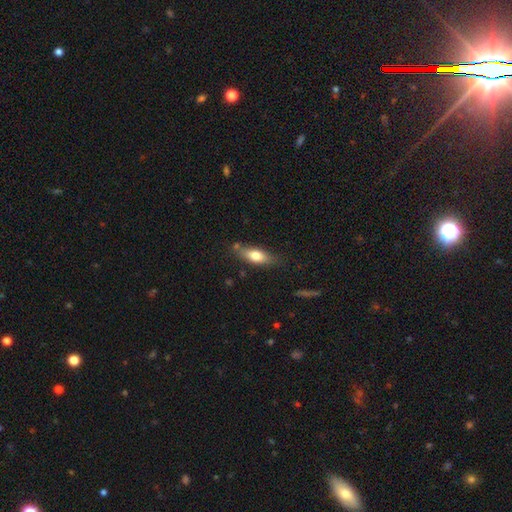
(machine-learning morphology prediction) The model was most divided on "how rounded": in between: 63%, cigar-shaped: 34%, round: 3%. More confident: merging — none (71%); smooth or featured — smooth (70%).